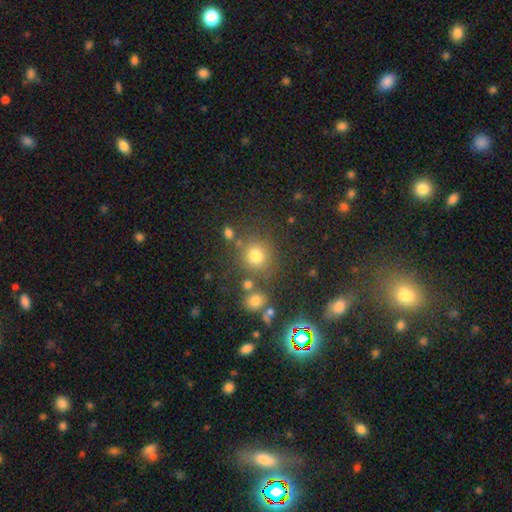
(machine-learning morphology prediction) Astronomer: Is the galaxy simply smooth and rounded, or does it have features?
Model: smooth — 75%.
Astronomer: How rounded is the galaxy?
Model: round — 89%.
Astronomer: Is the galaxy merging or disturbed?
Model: none — 74%.